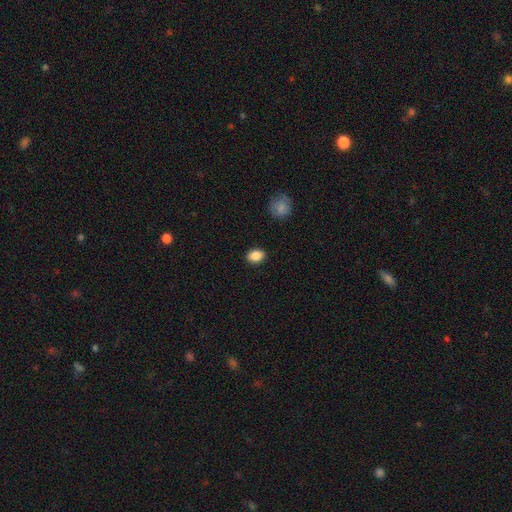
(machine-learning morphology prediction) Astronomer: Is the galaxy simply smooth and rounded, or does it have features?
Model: smooth — 87%.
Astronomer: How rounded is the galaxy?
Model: in between — 74%.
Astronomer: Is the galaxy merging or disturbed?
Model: none — 89%.